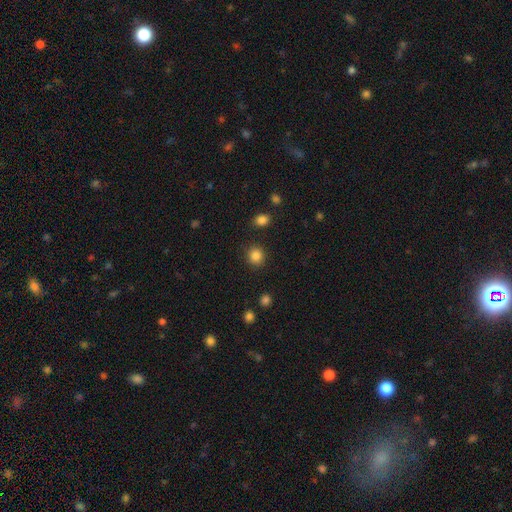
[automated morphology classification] A smooth galaxy with no disk features (86%) that is round (88%). Merging: none (88%).